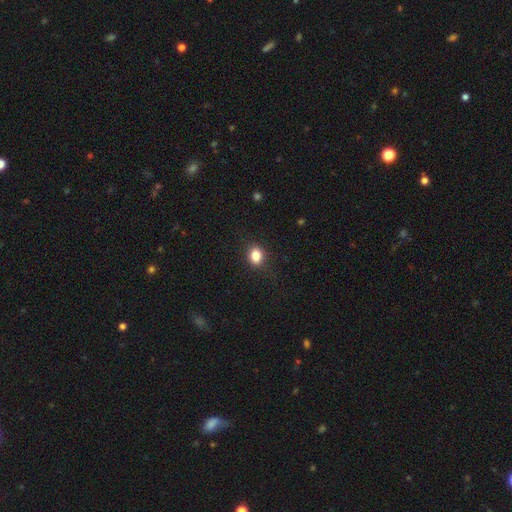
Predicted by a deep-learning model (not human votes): A smooth galaxy with no disk features (84%) that is in between round and cigar-shaped (59%). Merging: none (86%).